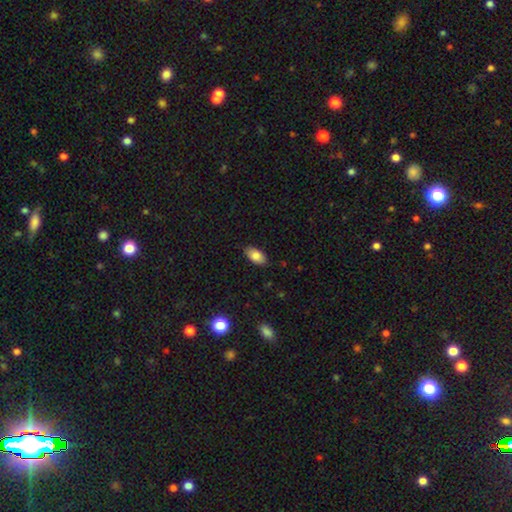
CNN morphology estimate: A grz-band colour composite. It shows a smooth galaxy with no disk features (84%) that is in between round and cigar-shaped (92%). Merging: none (85%).